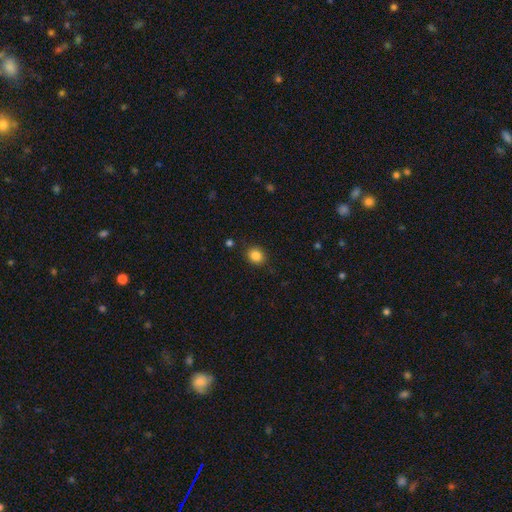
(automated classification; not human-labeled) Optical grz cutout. It shows a smooth galaxy with no disk features (85%) that is round (73%). Merging: none (87%).